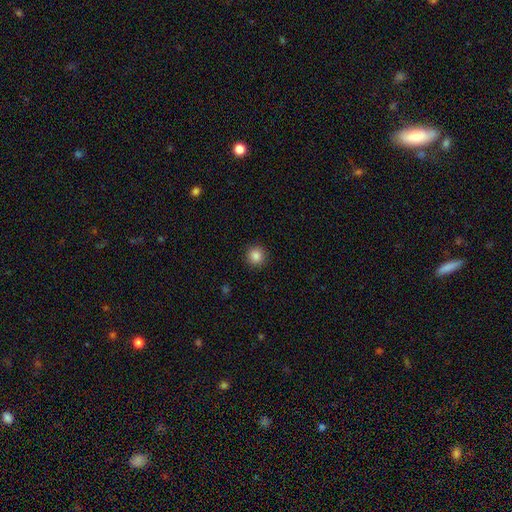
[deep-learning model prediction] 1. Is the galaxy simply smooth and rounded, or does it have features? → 86% smooth, 10% star or artifact, 4% featured or disk.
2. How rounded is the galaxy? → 94% round, 5% in between, 1% cigar-shaped.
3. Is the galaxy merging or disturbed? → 92% none, 5% minor disturbance, 2% major disturbance, 1% merger.